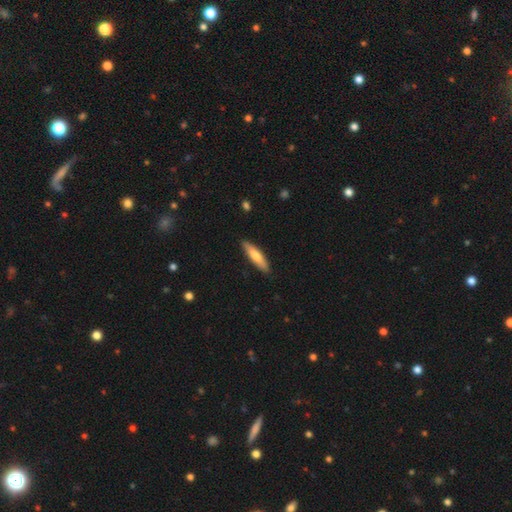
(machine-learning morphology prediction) Overall: smooth (70%). How rounded: cigar-shaped (79%). Merging: none (88%).